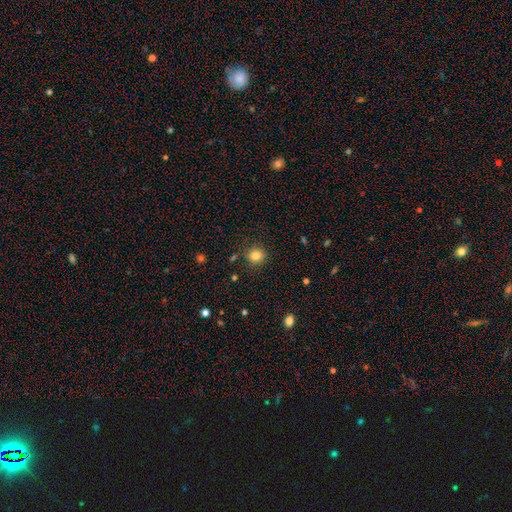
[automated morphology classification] type=smooth (83%); roundness=round (84%); merging=none (86%).